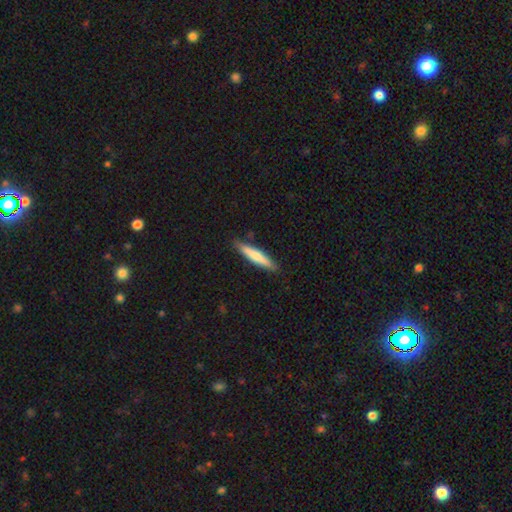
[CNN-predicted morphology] A smooth galaxy with no disk features (68%) that is cigar-shaped (91%).

Vote fractions:
- Smooth or featured? smooth: 68% / featured or disk: 27% / star or artifact: 5%
- How rounded? cigar-shaped: 91% / in between: 8% / round: 1%
- Merging? none: 88% / minor disturbance: 9% / major disturbance: 2% / merger: 1%